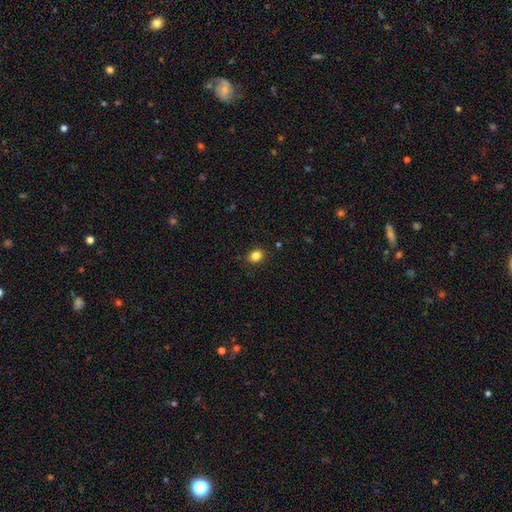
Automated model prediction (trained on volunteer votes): Smooth or featured: smooth — 84% (star or artifact — 11%)
How rounded: in between — 51% (round — 48%)
Merging: none — 88% (minor disturbance — 9%)